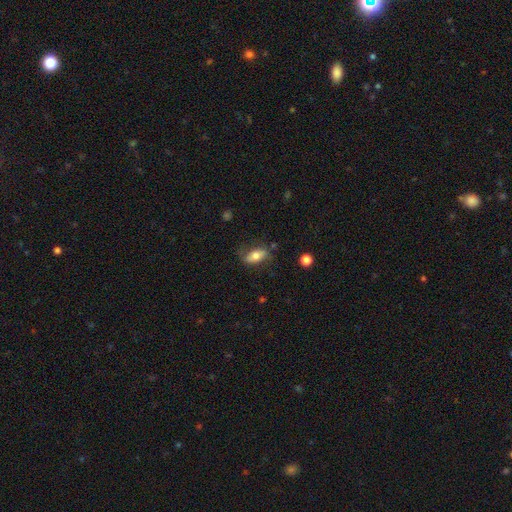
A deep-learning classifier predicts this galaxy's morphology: Q: Smooth or featured?
A: smooth (69%); runner-up: featured or disk (24%)
Q: How rounded?
A: in between (84%); runner-up: cigar-shaped (11%)
Q: Merging?
A: none (67%); runner-up: minor disturbance (22%)